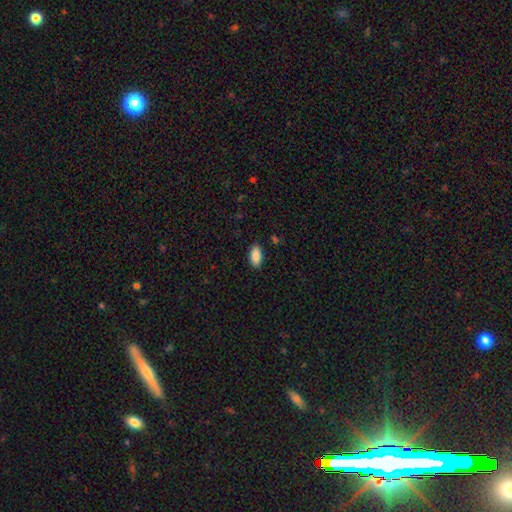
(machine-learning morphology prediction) smooth-or-featured: smooth: 89% | star or artifact: 7% | featured or disk: 4%
  how-rounded: in between: 93% | cigar-shaped: 5% | round: 2%
  merging: none: 87% | minor disturbance: 9% | major disturbance: 2% | merger: 1%